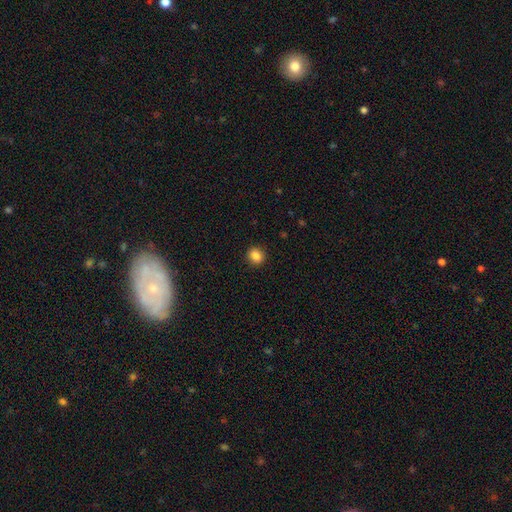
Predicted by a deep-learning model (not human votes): smooth 86%, star or artifact 10%, featured or disk 4%. Down the decision tree: how rounded — round (72%); merging — none (91%).